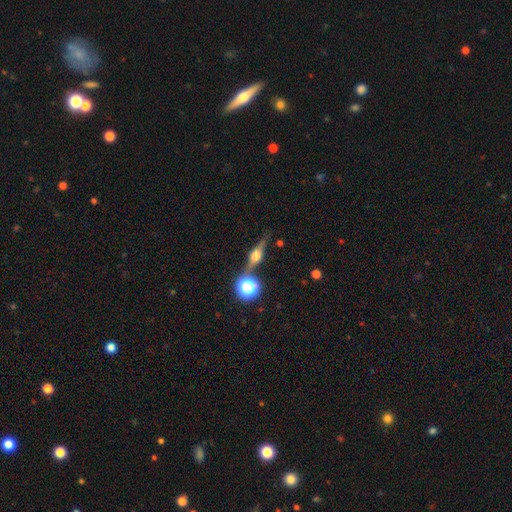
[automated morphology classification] smooth_or_featured: featured or disk (p=0.67) [alt: smooth p=0.21]
disk_edge_on: yes (p=0.94) [alt: no p=0.06]
edge_on_bulge: rounded (p=0.91) [alt: boxy p=0.07]
merging: none (p=0.74) [alt: minor disturbance p=0.14]